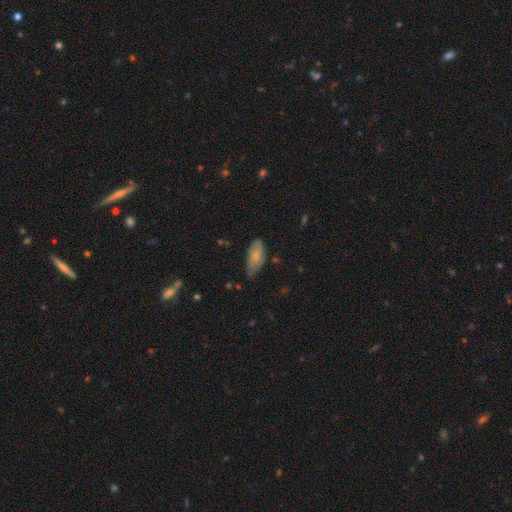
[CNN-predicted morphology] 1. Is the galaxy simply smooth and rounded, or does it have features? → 74% smooth, 19% featured or disk, 7% star or artifact.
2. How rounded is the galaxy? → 86% in between, 12% cigar-shaped, 2% round.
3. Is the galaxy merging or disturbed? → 61% none, 32% minor disturbance, 6% major disturbance, 2% merger.